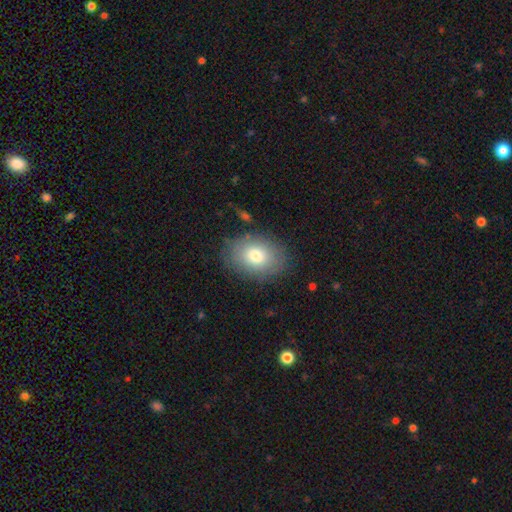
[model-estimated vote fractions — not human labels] A smooth galaxy with no disk features (76%) that is in between round and cigar-shaped (73%). Merging: none (81%).